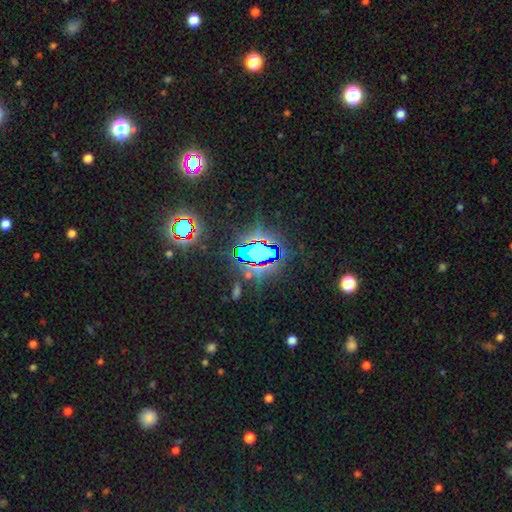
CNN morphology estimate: smooth_or_featured: star or artifact (p=0.83) [alt: smooth p=0.10]